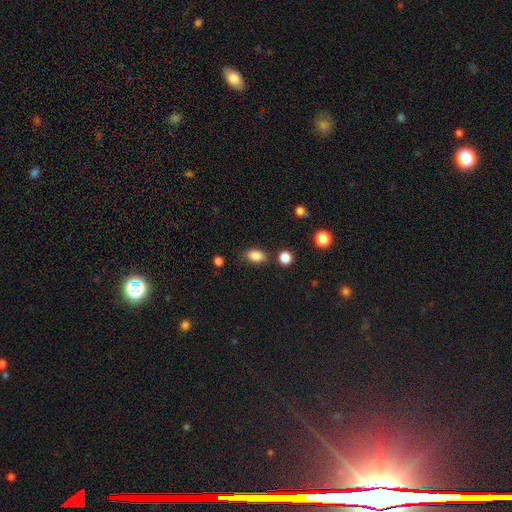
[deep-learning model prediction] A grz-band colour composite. It shows a smooth galaxy with no disk features (85%) that is in between round and cigar-shaped (82%). Merging: none (77%).